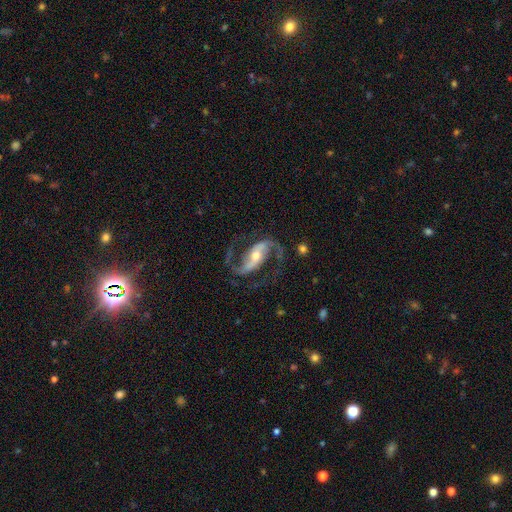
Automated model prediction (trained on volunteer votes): A featured or disk galaxy (92%) with a strong bar (54%), 2 (94%) medium (50%) spiral arms (98%) and a moderate central bulge (59%).

Vote fractions:
- Smooth or featured? featured or disk: 92% / star or artifact: 4% / smooth: 3%
- Edge-on disk? no: 97% / yes: 3%
- Bar? strong: 54% / weak: 30% / no: 16%
- Spiral arms? yes: 98% / no: 2%
- Spiral winding? medium: 50% / loose: 41% / tight: 9%
- Spiral arm count? 2: 94% / 1: 2% / can't tell: 1% / 3: 1% / 4: 1% / more than 4: 1%
- Bulge size? moderate: 59% / small: 34% / large: 5% / none: 1% / dominant: 1%
- Merging? none: 77% / minor disturbance: 12% / major disturbance: 10% / merger: 2%